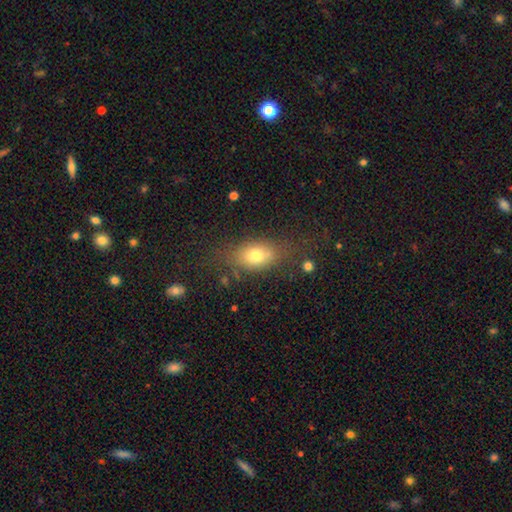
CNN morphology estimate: Smooth or featured? Predicted: smooth (p=0.73). How rounded? Predicted: in between (p=0.78). Merging? Predicted: none (p=0.69).